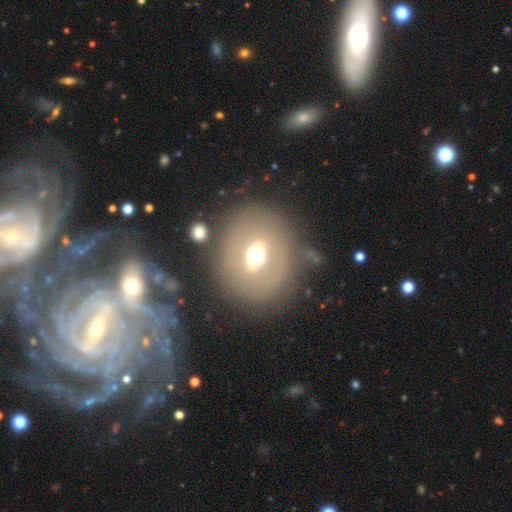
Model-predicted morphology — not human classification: A featured or disk galaxy (44%, tied with smooth).

Vote fractions:
- Smooth or featured? featured or disk: 44% (tied) / smooth: 44% (tied) / star or artifact: 12%
- Merging? none: 76% / minor disturbance: 11% / major disturbance: 7% / merger: 5%